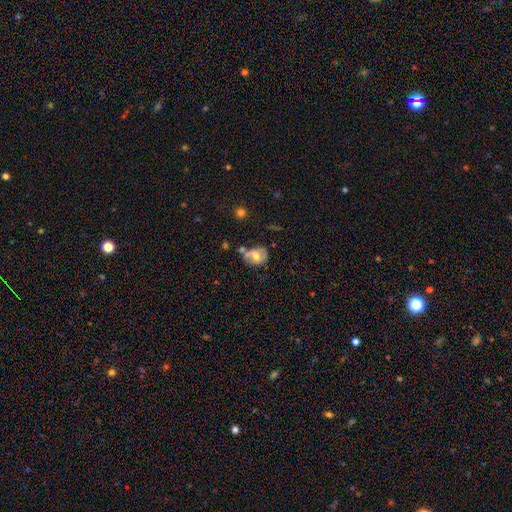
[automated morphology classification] type=smooth (49%); merging=none (44%).